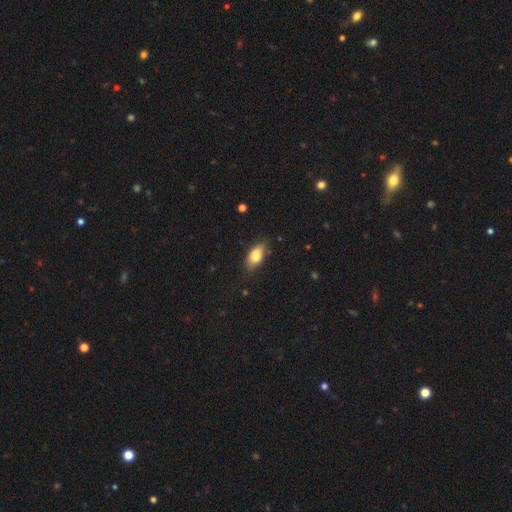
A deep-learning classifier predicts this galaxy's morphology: type=smooth (78%); roundness=in between (86%); merging=none (73%).